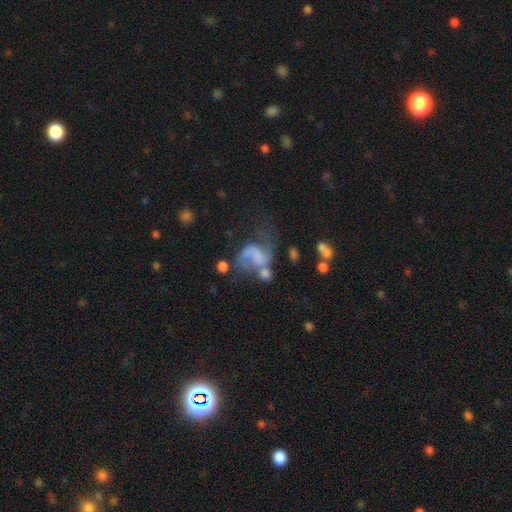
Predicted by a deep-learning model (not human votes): A featured or disk galaxy (62%) with no bar (48%), spiral arms (77%) and no central bulge (62%).

Vote fractions:
- Smooth or featured? featured or disk: 62% / smooth: 27% / star or artifact: 12%
- Edge-on disk? no: 98% / yes: 2%
- Bar? no: 48% / weak: 36% / strong: 15%
- Spiral arms? yes: 77% / no: 23%
- Bulge size? none: 62% / small: 19% / moderate: 12% / large: 5% / dominant: 2%
- Merging? major disturbance: 32% / none: 28% / merger: 23% / minor disturbance: 17%